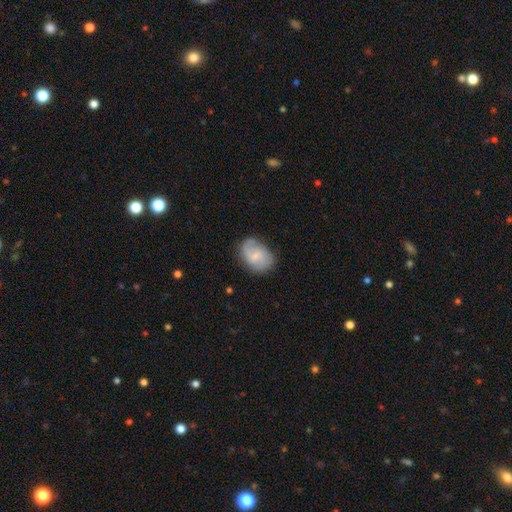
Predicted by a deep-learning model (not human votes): Smooth or featured?
  - featured or disk: 55% *
  - smooth: 38%
  - star or artifact: 7%
Edge-on disk?
  - no: 97% *
  - yes: 3%
Bar?
  - weak: 47% *
  - no: 46%
  - strong: 7%
Spiral arms?
  - yes: 87% *
  - no: 13%
Bulge size?
  - small: 58% *
  - moderate: 25%
  - none: 14%
  - large: 2%
  - dominant: 1%
Merging?
  - none: 67% *
  - minor disturbance: 23%
  - major disturbance: 8%
  - merger: 2%